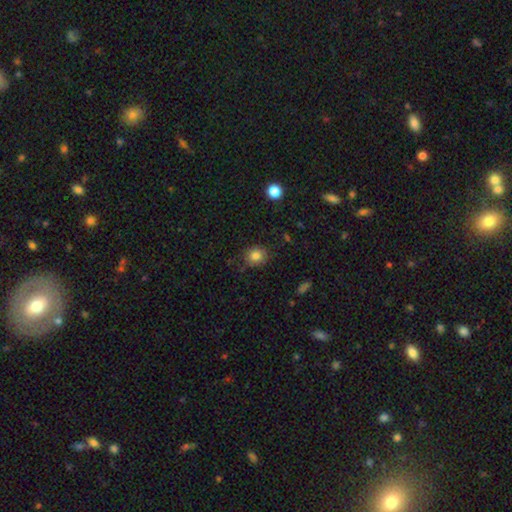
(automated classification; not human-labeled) smooth-or-featured: smooth: 83% | star or artifact: 11% | featured or disk: 6%
  how-rounded: round: 72% | in between: 27% | cigar-shaped: 1%
  merging: none: 81% | minor disturbance: 14% | major disturbance: 3% | merger: 2%